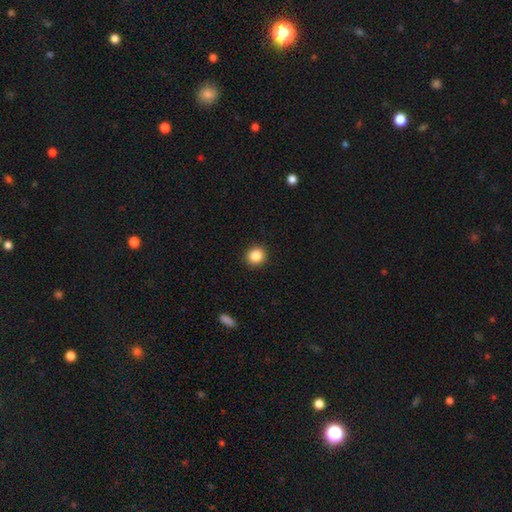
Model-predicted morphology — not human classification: Smooth or featured?
  - smooth: 86% *
  - star or artifact: 10%
  - featured or disk: 4%
How rounded?
  - round: 89% *
  - in between: 10%
  - cigar-shaped: 1%
Merging?
  - none: 92% *
  - minor disturbance: 5%
  - major disturbance: 2%
  - merger: 1%